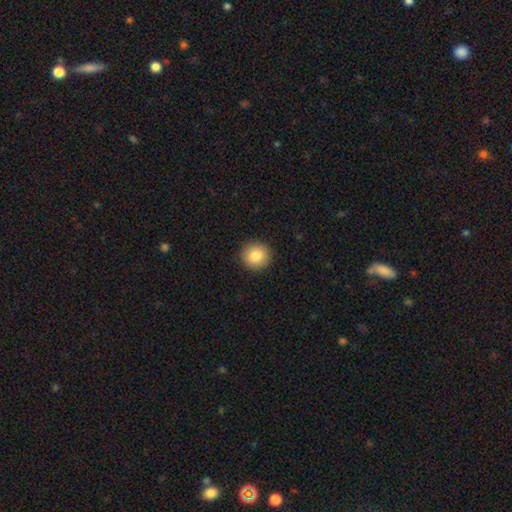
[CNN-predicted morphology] smooth_or_featured: smooth (p=0.84) [alt: star or artifact p=0.09]
how_rounded: round (p=0.92) [alt: in between p=0.07]
merging: none (p=0.92) [alt: minor disturbance p=0.06]